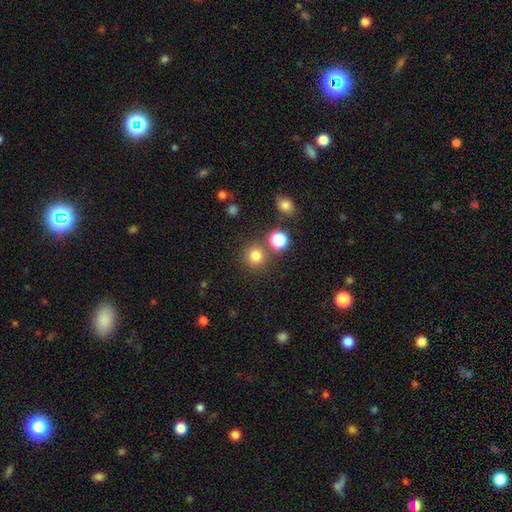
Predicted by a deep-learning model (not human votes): This is likely a smooth galaxy (78%). How rounded: clearly round (92%). Merging: likely none (80%).